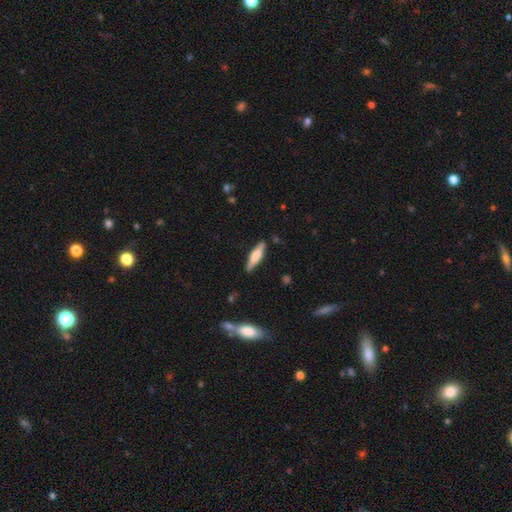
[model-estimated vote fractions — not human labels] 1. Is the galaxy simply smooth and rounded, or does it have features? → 54% smooth, 39% featured or disk, 6% star or artifact.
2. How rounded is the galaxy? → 70% cigar-shaped, 29% in between, 2% round.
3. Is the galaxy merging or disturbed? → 84% none, 12% minor disturbance, 2% major disturbance, 2% merger.